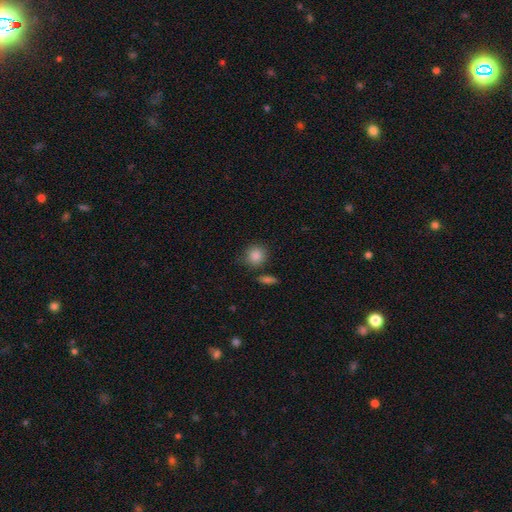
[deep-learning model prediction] Morphology: type=smooth (87%); roundness=round (83%); merging=none (76%).